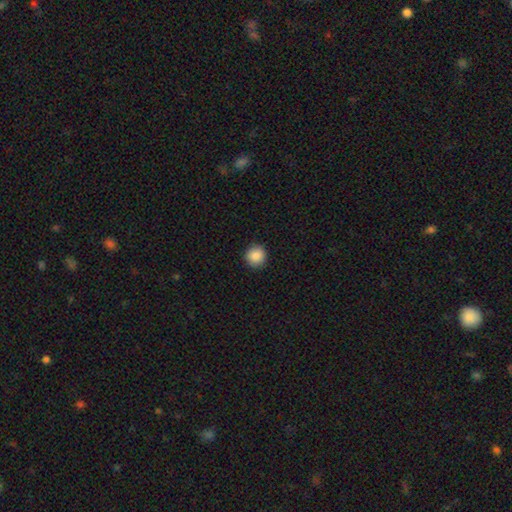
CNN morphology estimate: The model was most divided on "smooth or featured": smooth: 88%, star or artifact: 9%, featured or disk: 3%. More confident: how rounded — round (94%); merging — none (92%).